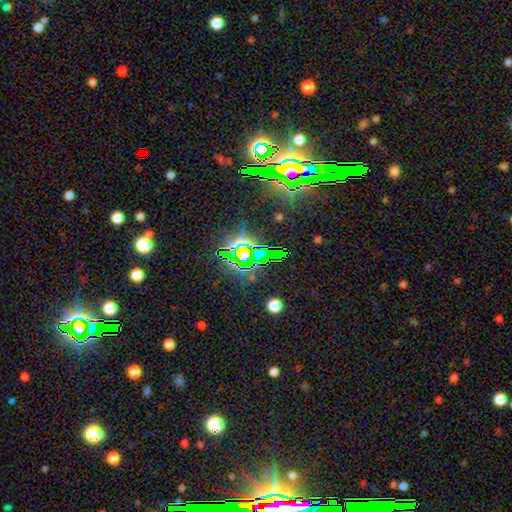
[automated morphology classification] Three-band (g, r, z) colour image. It shows a star or artifact, not a galaxy (83%).